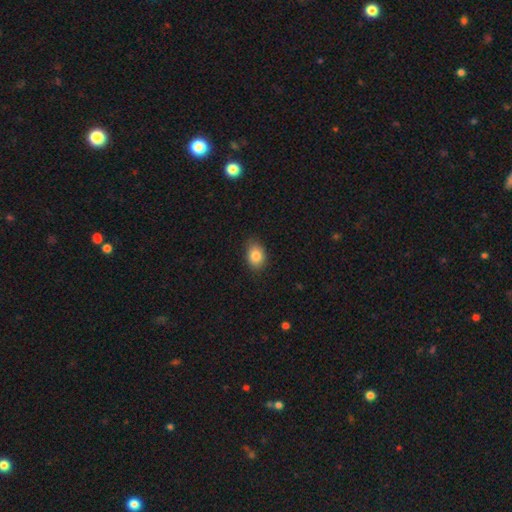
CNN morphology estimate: smooth-or-featured: smooth: 84% | star or artifact: 9% | featured or disk: 7%
  how-rounded: in between: 70% | round: 29% | cigar-shaped: 1%
  merging: none: 82% | minor disturbance: 14% | major disturbance: 2% | merger: 1%